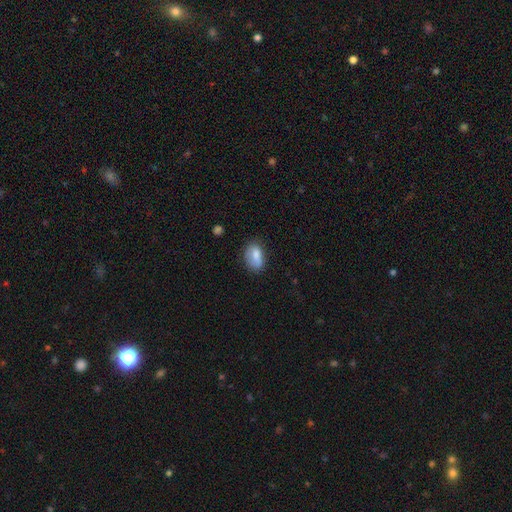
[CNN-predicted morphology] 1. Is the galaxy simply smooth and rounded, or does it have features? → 78% smooth, 14% featured or disk, 8% star or artifact.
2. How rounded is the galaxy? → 87% in between, 11% round, 2% cigar-shaped.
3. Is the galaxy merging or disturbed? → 60% none, 28% minor disturbance, 9% major disturbance, 3% merger.